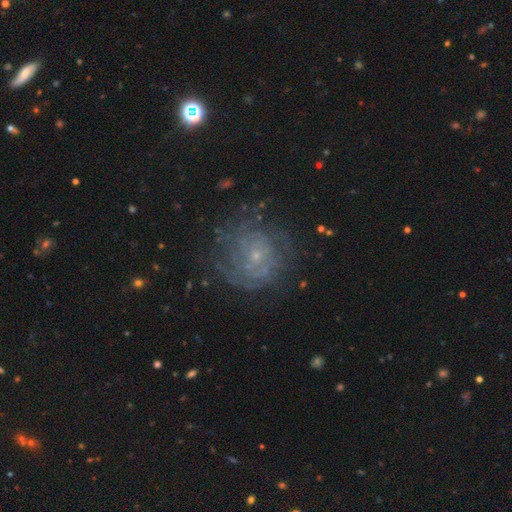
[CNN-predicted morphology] This appears to be a featured or disk galaxy (66%) with no bar (77%), tight (67%) spiral arms (81%) and a small central bulge (77%). Merging: none (73%).